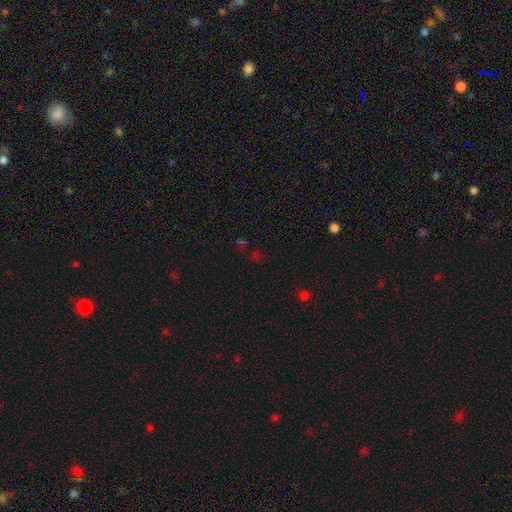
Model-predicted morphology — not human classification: This appears to be a star or artifact, not a galaxy (59%).